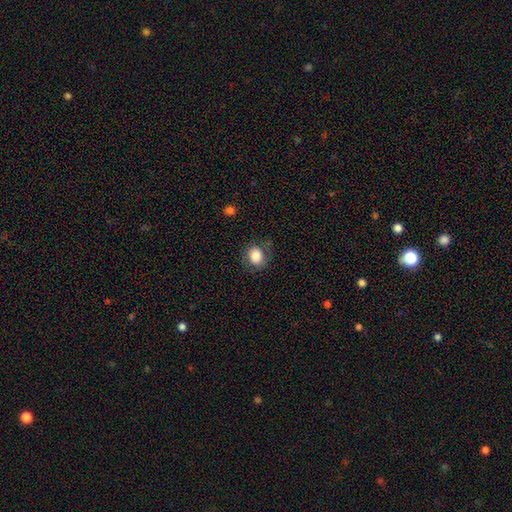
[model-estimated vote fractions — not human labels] Smooth or featured?
  - smooth: 81% *
  - featured or disk: 10%
  - star or artifact: 9%
How rounded?
  - round: 60% *
  - in between: 39%
  - cigar-shaped: 1%
Merging?
  - none: 76% *
  - minor disturbance: 16%
  - major disturbance: 6%
  - merger: 2%